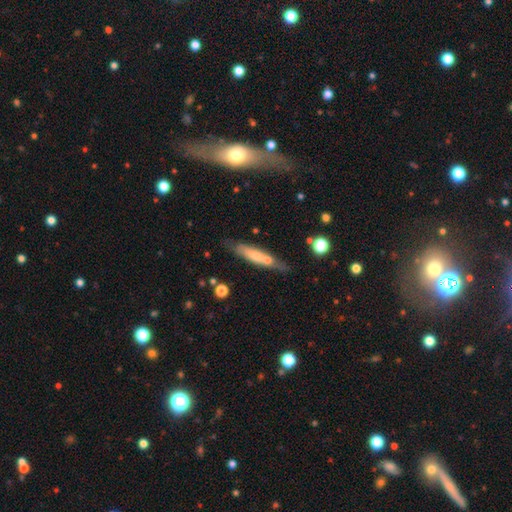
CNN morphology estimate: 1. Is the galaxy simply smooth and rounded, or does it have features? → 57% smooth, 36% featured or disk, 7% star or artifact.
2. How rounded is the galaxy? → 80% cigar-shaped, 18% in between, 2% round.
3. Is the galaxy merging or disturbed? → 62% none, 18% minor disturbance, 15% merger, 5% major disturbance.